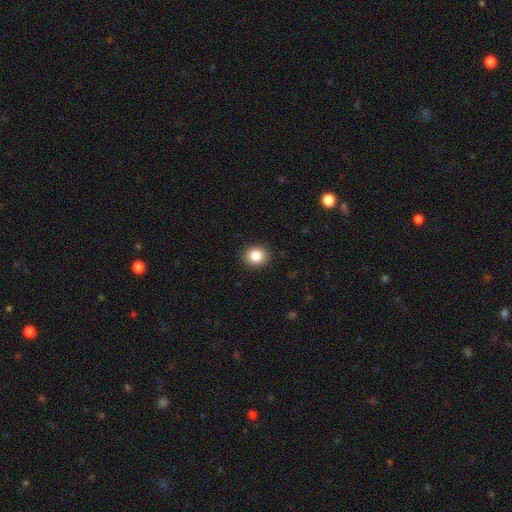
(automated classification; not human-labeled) A smooth galaxy with no disk features (86%) that is round (81%). Merging: none (91%).